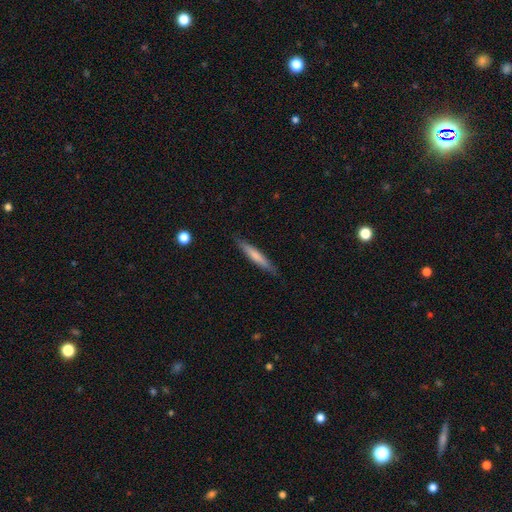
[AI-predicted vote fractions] This is likely a smooth galaxy (63%). How rounded: clearly cigar-shaped (94%). Merging: clearly none (88%).